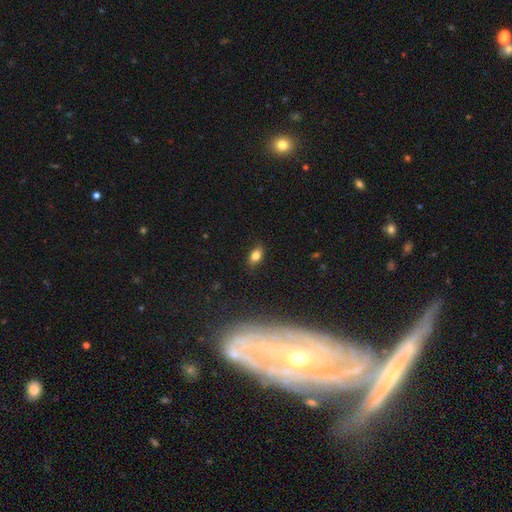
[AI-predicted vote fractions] Smooth or featured? Predicted: smooth (p=0.80). How rounded? Predicted: in between (p=0.86). Merging? Predicted: none (p=0.85).